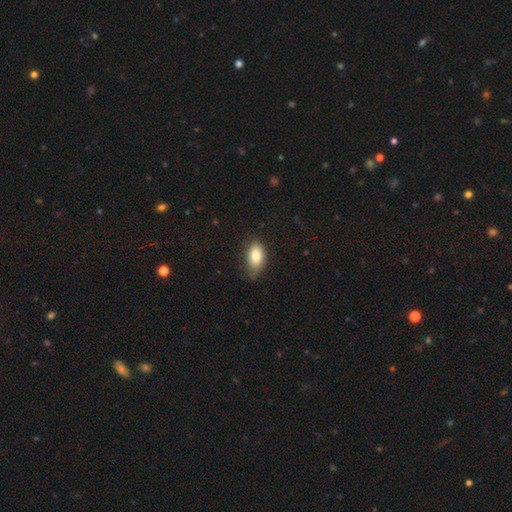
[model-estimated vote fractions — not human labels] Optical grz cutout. It shows a smooth galaxy with no disk features (84%) that is in between round and cigar-shaped (91%). Merging: none (66%).